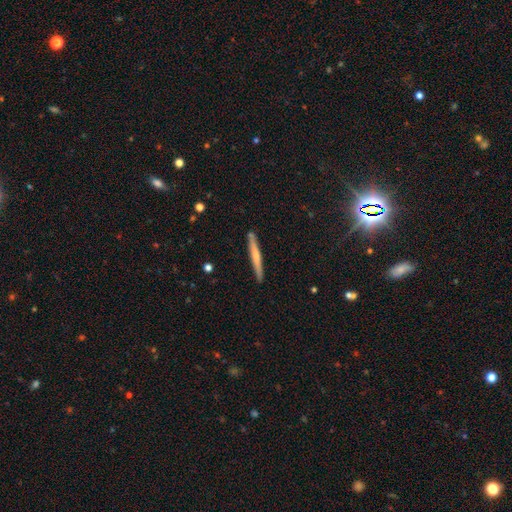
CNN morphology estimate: Smooth or featured: smooth — 48% (featured or disk — 46%)
Merging: none — 89% (minor disturbance — 8%)